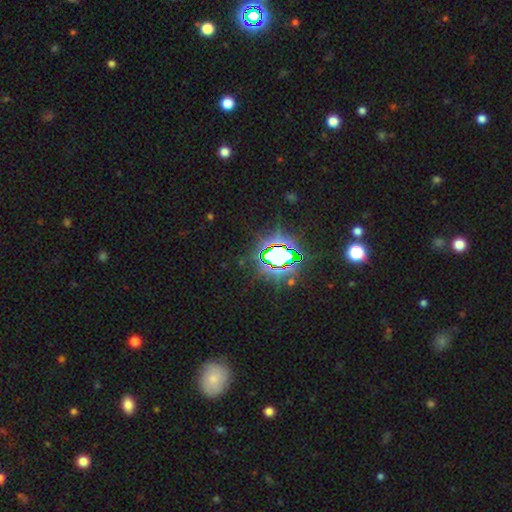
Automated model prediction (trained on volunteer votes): This is clearly a star or artifact rather than a galaxy (82%).